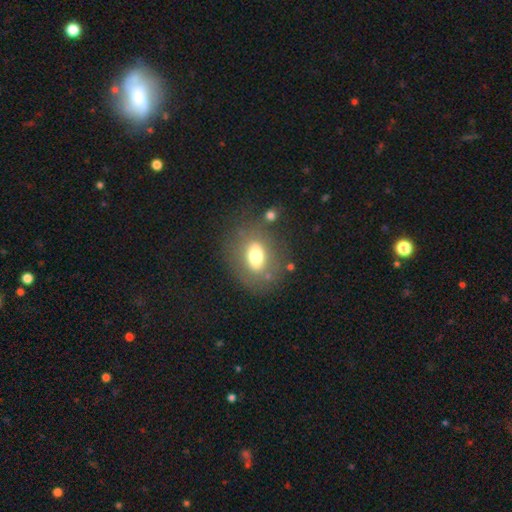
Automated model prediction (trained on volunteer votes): Morphology: type=smooth (64%); roundness=in between (67%); merging=none (72%).